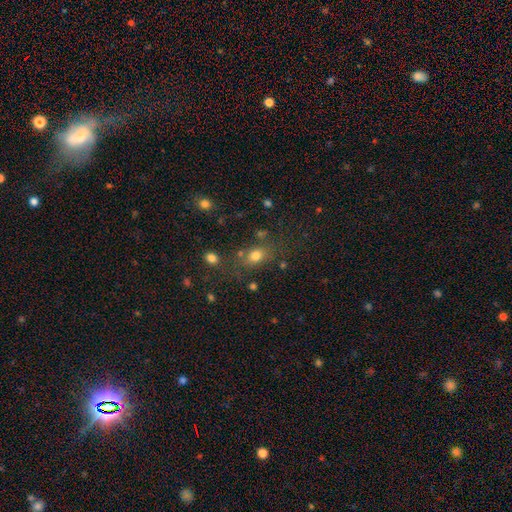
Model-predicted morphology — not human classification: A smooth galaxy with no disk features (75%) that is in between round and cigar-shaped (61%). Merging: none (68%).